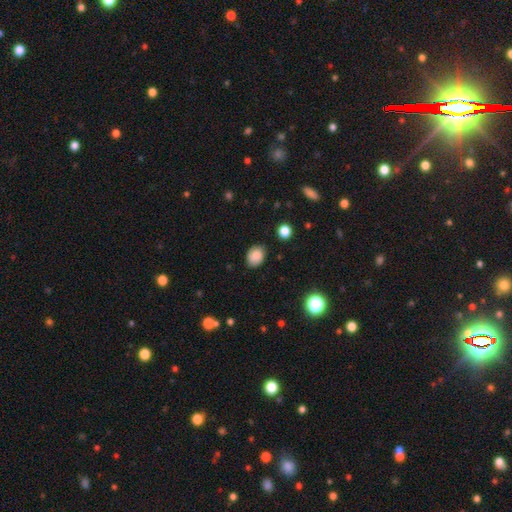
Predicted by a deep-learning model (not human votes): Smooth or featured? smooth (84%)
How rounded? in between (60%)
Merging? none (81%)